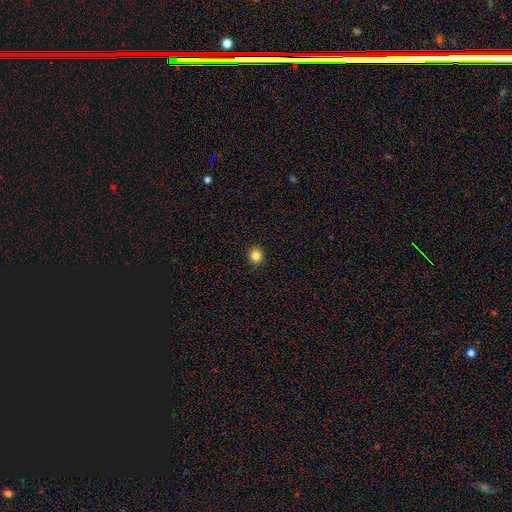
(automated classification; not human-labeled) This appears to be a smooth galaxy with no disk features (85%) that is round (82%). Merging: none (92%).